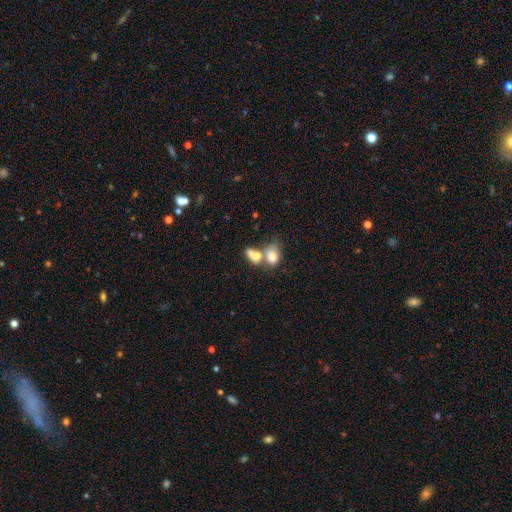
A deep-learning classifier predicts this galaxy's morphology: Q: Smooth or featured?
A: smooth (75%); runner-up: featured or disk (16%)
Q: How rounded?
A: in between (76%); runner-up: round (21%)
Q: Merging?
A: merger (66%); runner-up: none (20%)